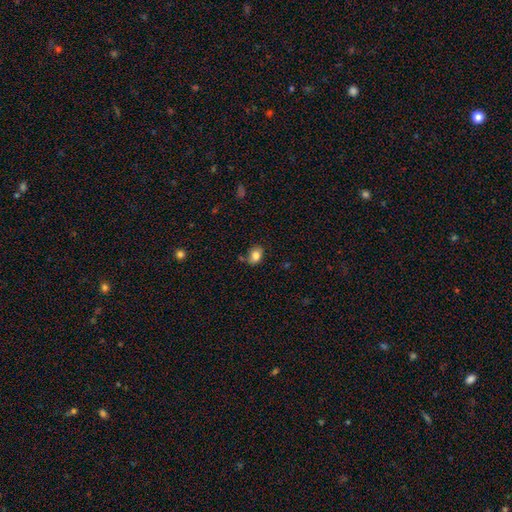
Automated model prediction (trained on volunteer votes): smooth-or-featured: smooth: 82% | star or artifact: 10% | featured or disk: 8%
  how-rounded: in between: 63% | round: 36% | cigar-shaped: 1%
  merging: none: 71% | minor disturbance: 19% | merger: 6% | major disturbance: 4%